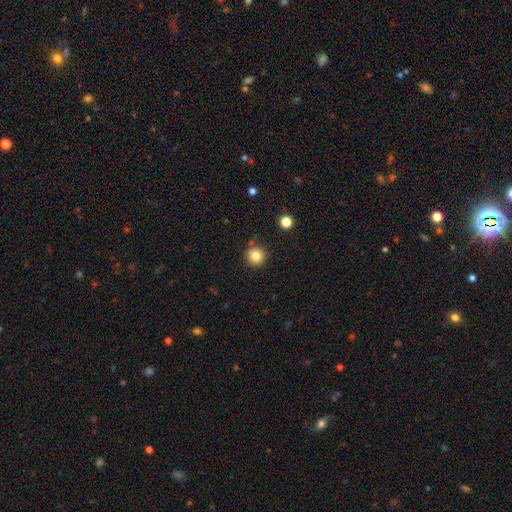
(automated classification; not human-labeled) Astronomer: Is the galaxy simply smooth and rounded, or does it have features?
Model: smooth — 82%.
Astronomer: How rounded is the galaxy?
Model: round — 95%.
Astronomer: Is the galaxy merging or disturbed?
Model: none — 86%.